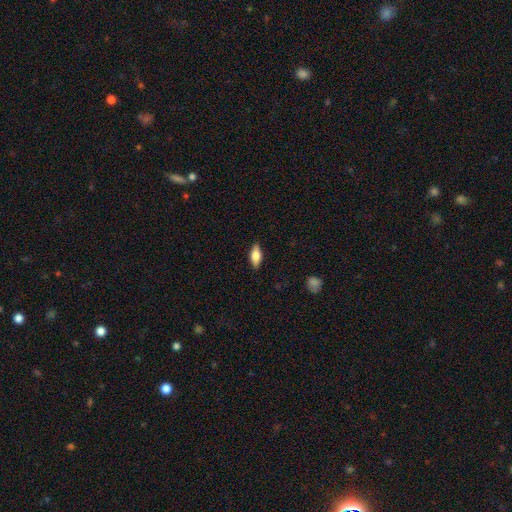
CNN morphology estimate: This appears to be a smooth galaxy with no disk features (70%) that is in between round and cigar-shaped (78%). Merging: none (86%).